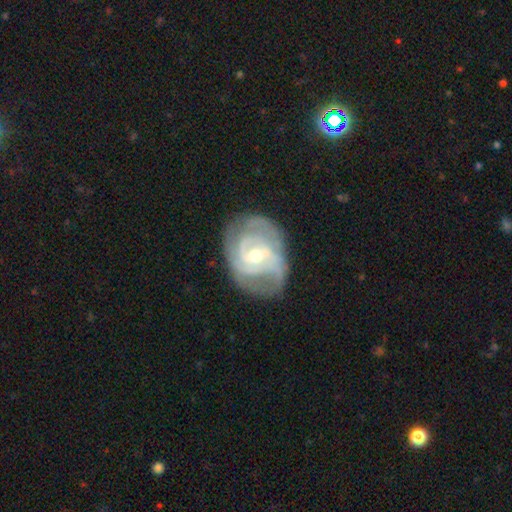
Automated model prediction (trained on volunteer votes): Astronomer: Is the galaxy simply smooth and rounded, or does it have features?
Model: featured or disk — 85%.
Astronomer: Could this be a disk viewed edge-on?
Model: no — 97%.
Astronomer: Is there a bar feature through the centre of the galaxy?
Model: weak — 45% (runner-up: no, 40%).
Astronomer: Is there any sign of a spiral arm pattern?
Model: yes — 93%.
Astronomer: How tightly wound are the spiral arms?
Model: tight — 48% (runner-up: medium, 41%).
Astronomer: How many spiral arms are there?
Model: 2 — 41% (runner-up: can't tell, 23%).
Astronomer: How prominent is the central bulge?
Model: small — 50% (runner-up: moderate, 47%).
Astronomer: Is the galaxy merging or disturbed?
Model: none — 64%.